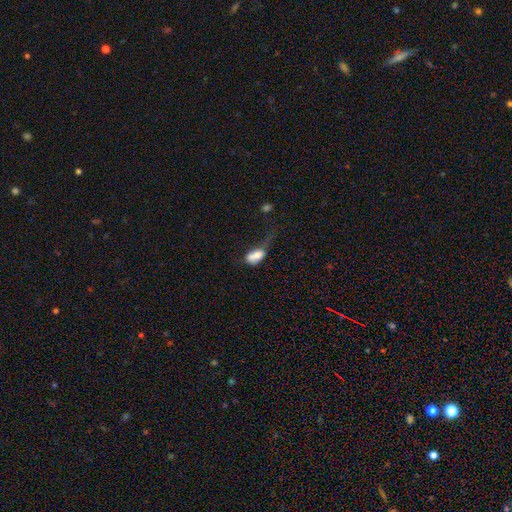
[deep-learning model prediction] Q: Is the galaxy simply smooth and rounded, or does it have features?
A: smooth — 70%.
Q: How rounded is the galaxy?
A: in between — 84%.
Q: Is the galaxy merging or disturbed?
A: major disturbance — 41%.